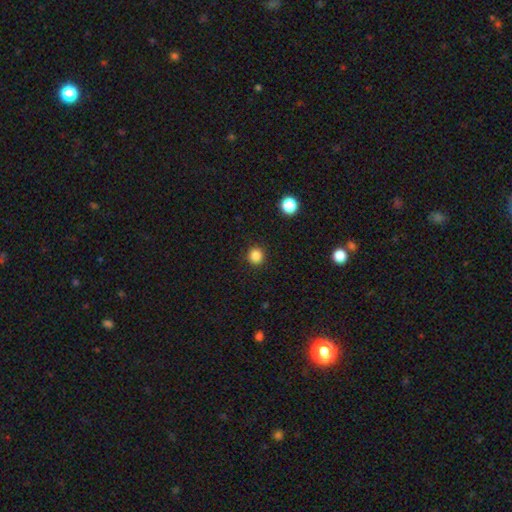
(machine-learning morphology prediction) Smooth or featured: smooth — 85% (star or artifact — 11%)
How rounded: round — 92% (in between — 7%)
Merging: none — 92% (minor disturbance — 5%)